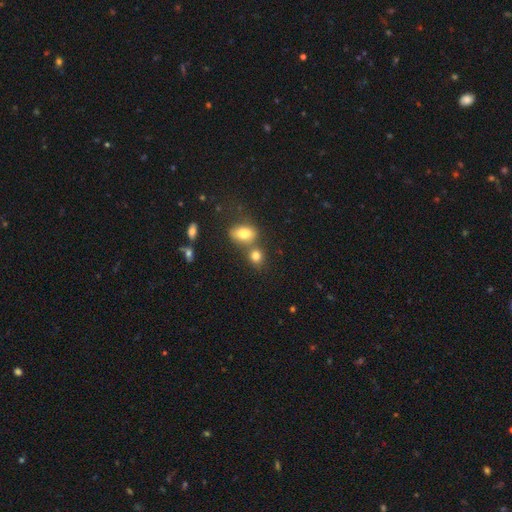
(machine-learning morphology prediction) Smooth or featured: smooth — 79% (star or artifact — 12%)
How rounded: round — 63% (in between — 35%)
Merging: none — 52% (merger — 35%)